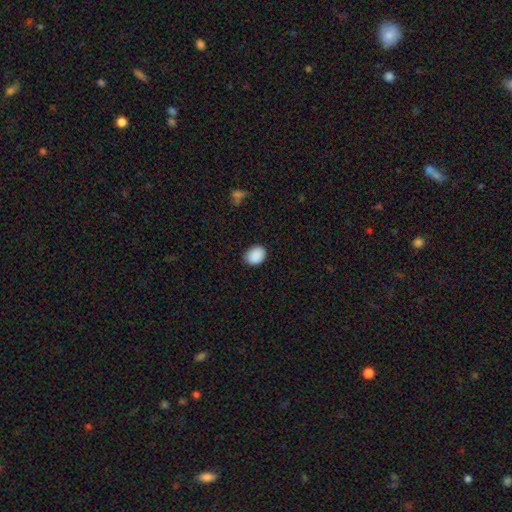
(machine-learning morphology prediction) smooth 90%, star or artifact 8%, featured or disk 3%. Down the decision tree: how rounded — in between (67%); merging — none (85%).